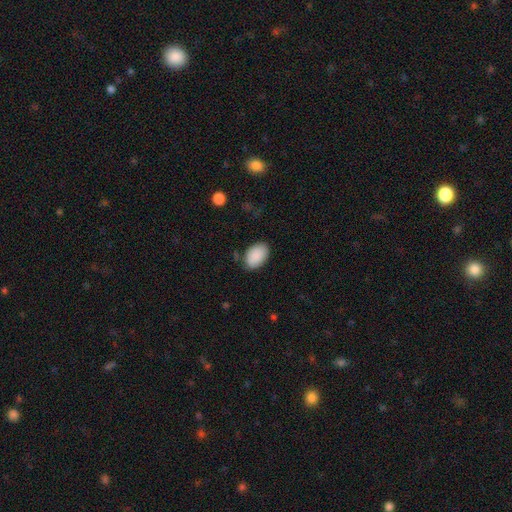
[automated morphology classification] type=smooth (90%); roundness=in between (90%); merging=none (81%).